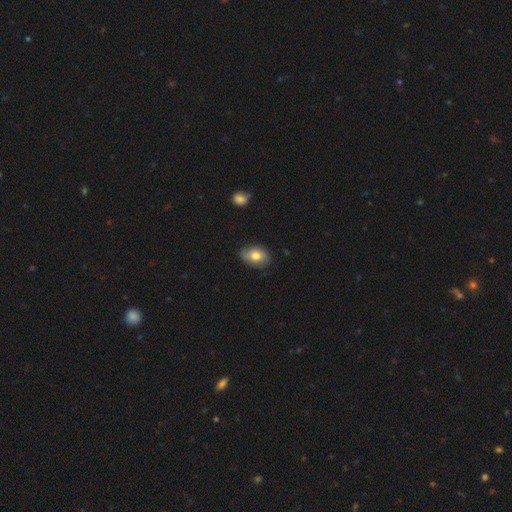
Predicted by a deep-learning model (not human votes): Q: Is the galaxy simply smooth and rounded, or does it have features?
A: smooth — 75%.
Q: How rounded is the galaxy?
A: in between — 82%.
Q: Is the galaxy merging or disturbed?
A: none — 80%.